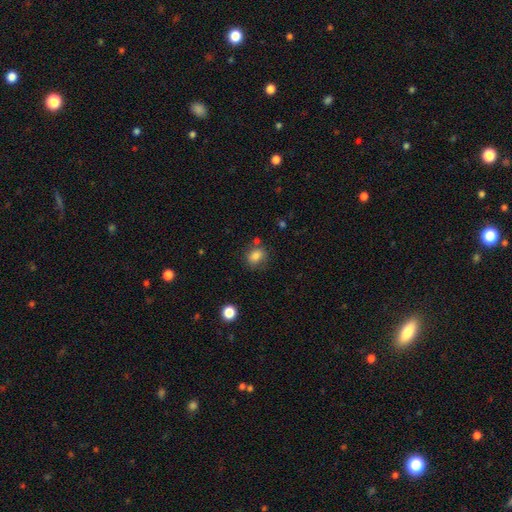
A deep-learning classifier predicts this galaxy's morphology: Smooth or featured?
  - smooth: 82% *
  - star or artifact: 10%
  - featured or disk: 7%
How rounded?
  - round: 52% *
  - in between: 47%
  - cigar-shaped: 1%
Merging?
  - none: 70% *
  - minor disturbance: 17%
  - merger: 8%
  - major disturbance: 5%